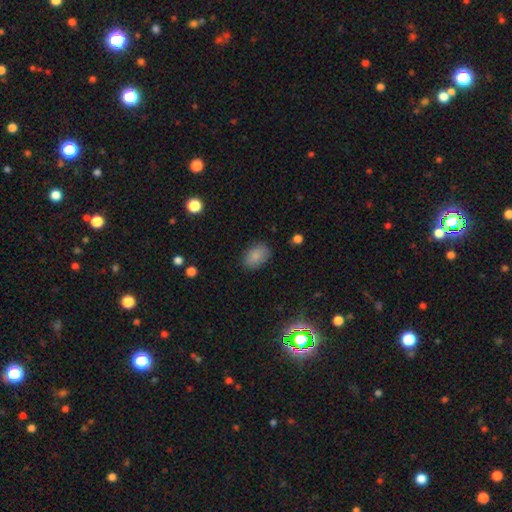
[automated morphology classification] smooth_or_featured: smooth (p=0.86) [alt: star or artifact p=0.09]
how_rounded: in between (p=0.83) [alt: round p=0.15]
merging: none (p=0.81) [alt: minor disturbance p=0.14]